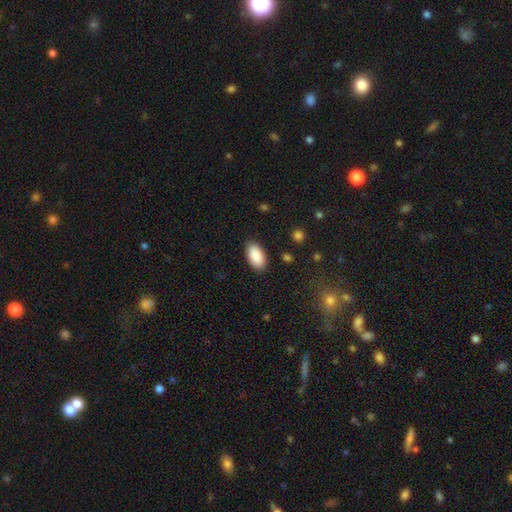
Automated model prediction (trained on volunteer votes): smooth-or-featured: smooth: 90% | star or artifact: 6% | featured or disk: 4%
  how-rounded: in between: 95% | cigar-shaped: 2% | round: 2%
  merging: none: 88% | minor disturbance: 9% | major disturbance: 2% | merger: 1%